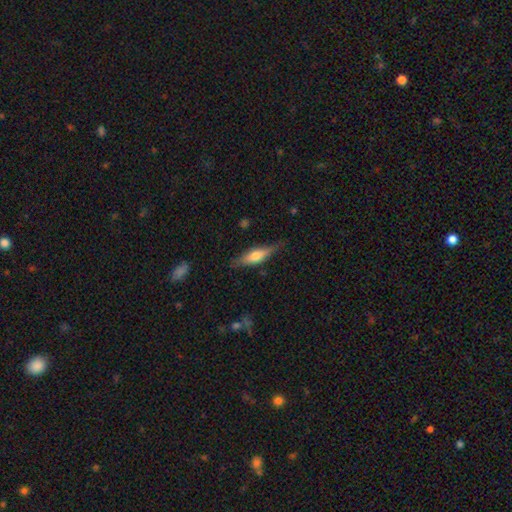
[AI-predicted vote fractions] Smooth or featured: featured or disk — 48% (smooth — 46%)
Merging: none — 81% (minor disturbance — 15%)